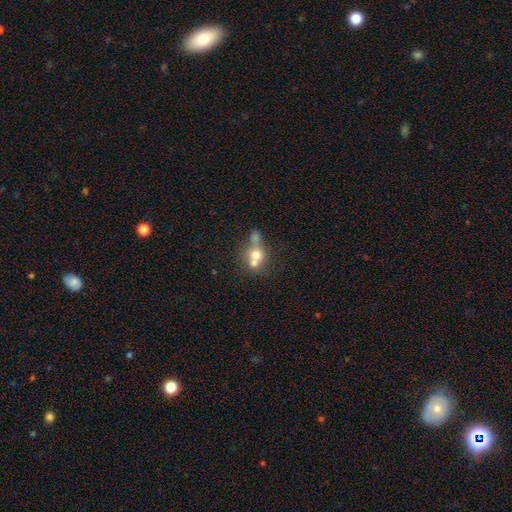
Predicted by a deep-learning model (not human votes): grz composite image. It shows a smooth galaxy with no disk features (61%) that is round (76%). Merging: merger (60%).